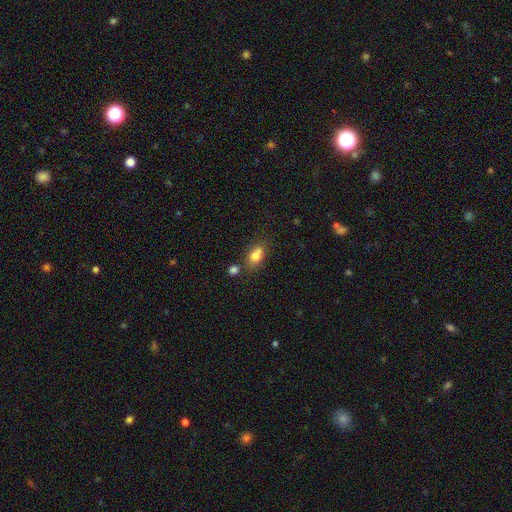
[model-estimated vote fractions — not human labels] Smooth or featured? smooth (79%)
How rounded? in between (78%)
Merging? none (53%)